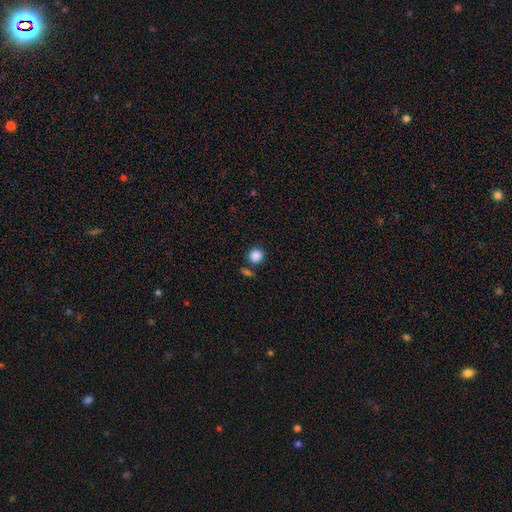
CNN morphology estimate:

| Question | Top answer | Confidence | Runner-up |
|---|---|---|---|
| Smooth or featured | smooth | 87% | star or artifact (10%) |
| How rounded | round | 90% | in between (9%) |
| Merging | none | 78% | merger (10%) |